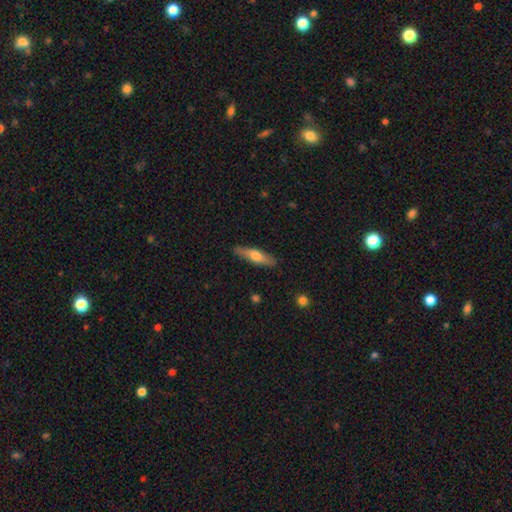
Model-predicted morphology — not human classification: smooth 56%, featured or disk 38%, star or artifact 6%. Down the decision tree: how rounded — cigar-shaped (72%); merging — none (87%).